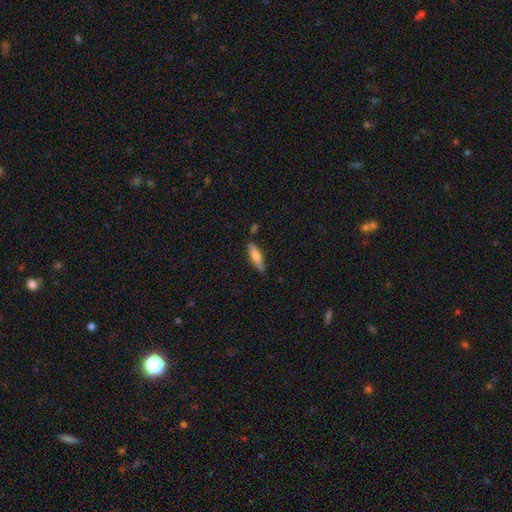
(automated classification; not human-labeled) Overall: smooth (67%; featured or disk 27%). How rounded: cigar-shaped (69%; in between 30%). Merging: none (80%).